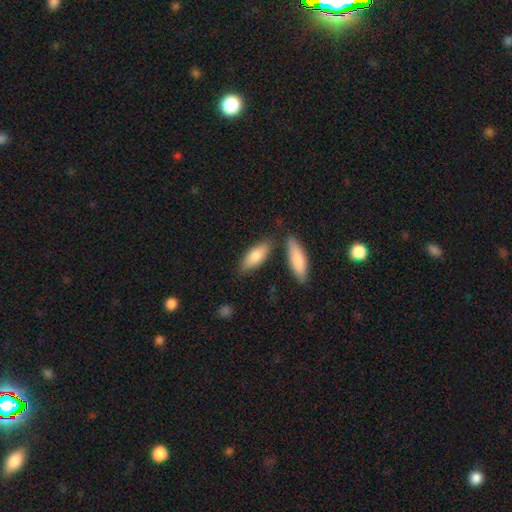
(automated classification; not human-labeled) Smooth or featured? smooth (79%)
How rounded? in between (68%)
Merging? none (71%)